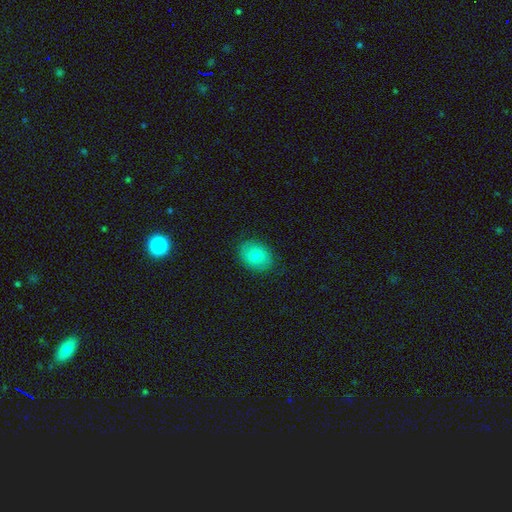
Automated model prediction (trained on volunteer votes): Smooth or featured? Predicted: smooth (p=0.86). How rounded? Predicted: in between (p=0.67). Merging? Predicted: none (p=0.85).